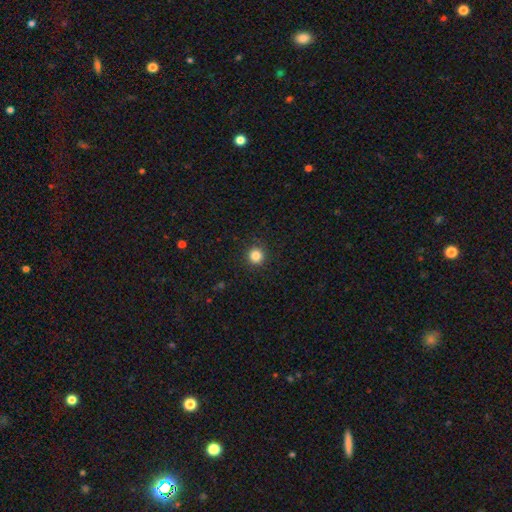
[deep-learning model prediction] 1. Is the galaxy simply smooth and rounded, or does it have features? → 84% smooth, 12% star or artifact, 4% featured or disk.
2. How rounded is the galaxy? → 95% round, 4% in between, 1% cigar-shaped.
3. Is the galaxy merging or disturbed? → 92% none, 5% minor disturbance, 2% major disturbance, 1% merger.